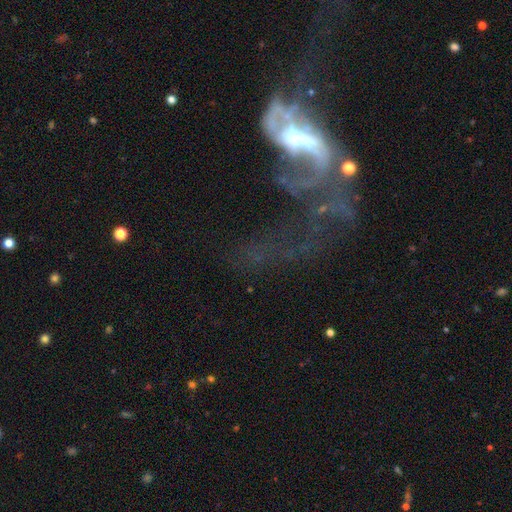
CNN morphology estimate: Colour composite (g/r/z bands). It shows a featured or disk galaxy (78%) with a weak bar (38%), 2 (60%) loose (68%) spiral arms (79%) and a moderate central bulge (50%). Merging: major disturbance (51%).